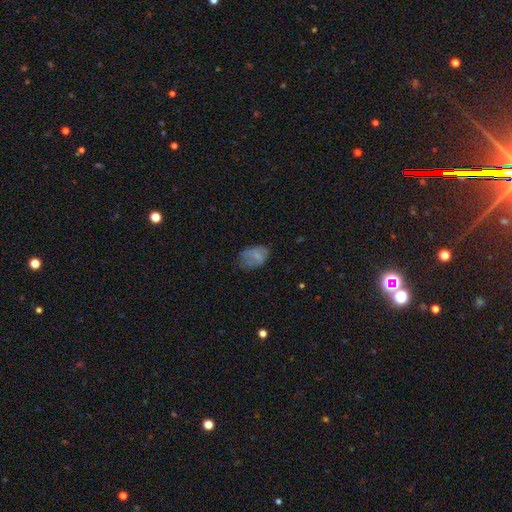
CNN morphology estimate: This appears to be a smooth galaxy with no disk features (66%) that is in between round and cigar-shaped (83%). Merging: none (53%).